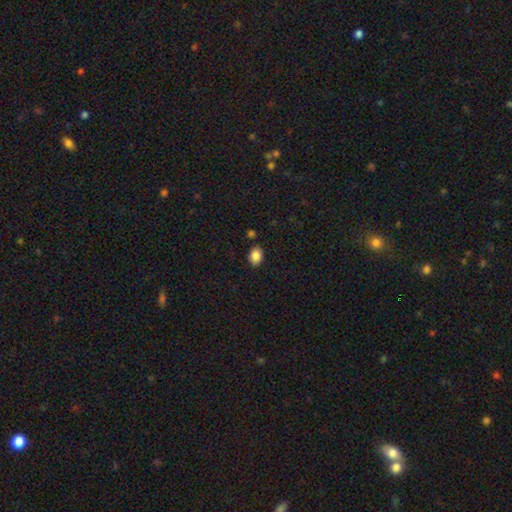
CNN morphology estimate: smooth_or_featured: smooth (p=0.86) [alt: star or artifact p=0.09]
how_rounded: in between (p=0.75) [alt: round p=0.24]
merging: none (p=0.85) [alt: minor disturbance p=0.10]